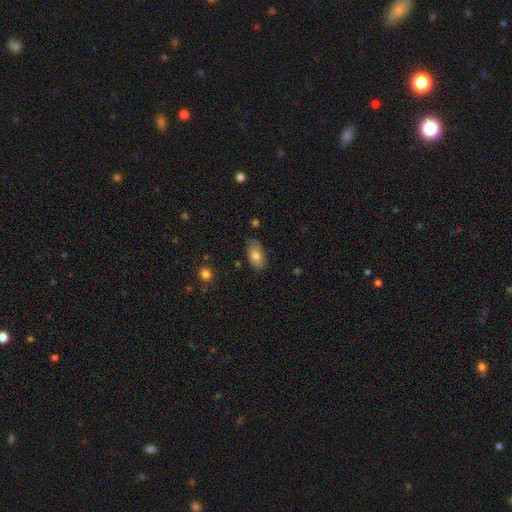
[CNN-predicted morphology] Smooth or featured?
  - smooth: 78% *
  - featured or disk: 14%
  - star or artifact: 7%
How rounded?
  - in between: 93% *
  - round: 5%
  - cigar-shaped: 3%
Merging?
  - none: 76% *
  - minor disturbance: 19%
  - major disturbance: 3%
  - merger: 2%